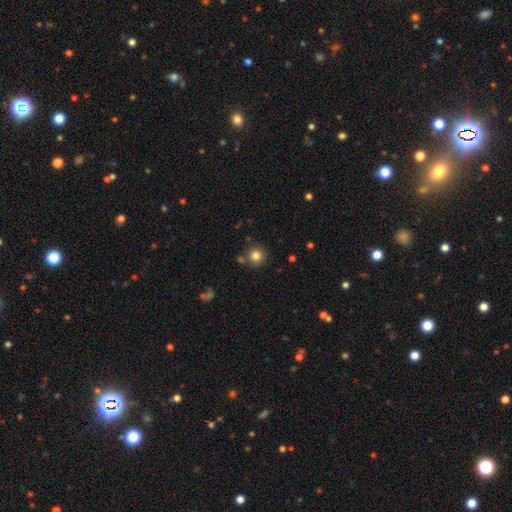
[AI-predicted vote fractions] Smooth or featured? Predicted: smooth (p=0.82). How rounded? Predicted: round (p=0.93). Merging? Predicted: none (p=0.79).